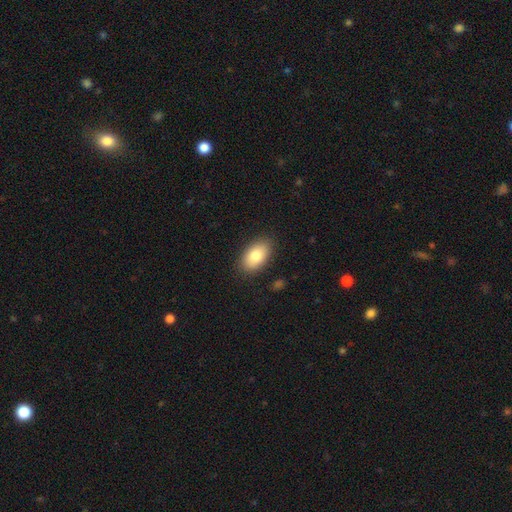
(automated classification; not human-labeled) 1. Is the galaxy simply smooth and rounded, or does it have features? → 82% smooth, 11% featured or disk, 7% star or artifact.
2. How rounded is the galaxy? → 93% in between, 5% round, 2% cigar-shaped.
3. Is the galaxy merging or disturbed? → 87% none, 10% minor disturbance, 2% major disturbance, 1% merger.